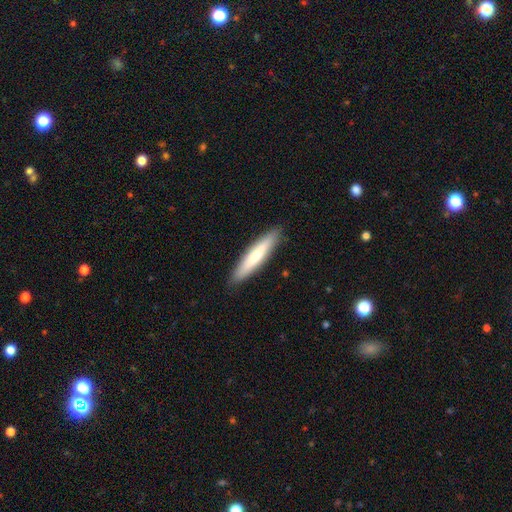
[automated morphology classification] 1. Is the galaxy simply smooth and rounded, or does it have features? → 71% smooth, 24% featured or disk, 5% star or artifact.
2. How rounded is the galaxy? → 89% cigar-shaped, 10% in between, 1% round.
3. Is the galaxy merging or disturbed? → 90% none, 7% minor disturbance, 1% major disturbance, 1% merger.